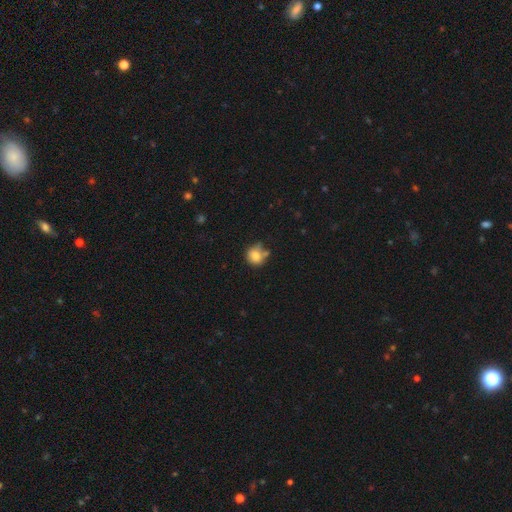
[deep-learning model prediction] A smooth galaxy with no disk features (79%) that is round (87%). Merging: none (59%).